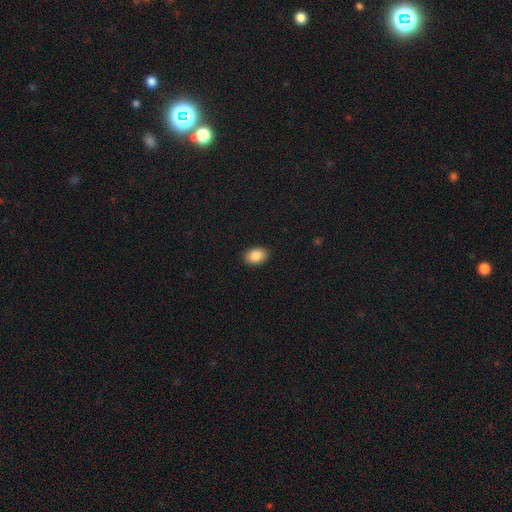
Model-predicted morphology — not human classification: The model was most divided on "how rounded": in between: 81%, round: 18%, cigar-shaped: 1%. More confident: merging — none (90%); smooth or featured — smooth (88%).